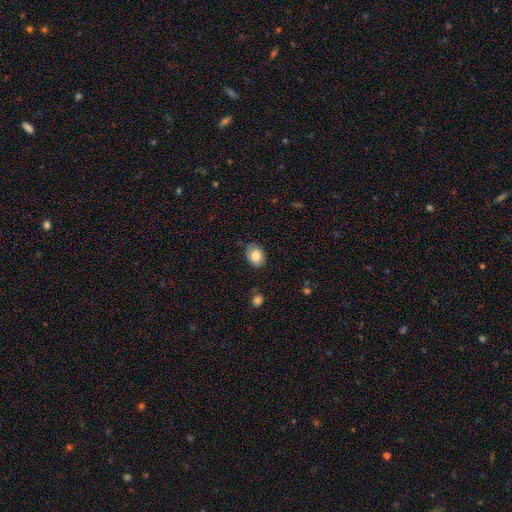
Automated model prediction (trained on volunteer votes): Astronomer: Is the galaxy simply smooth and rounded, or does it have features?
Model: smooth — 83%.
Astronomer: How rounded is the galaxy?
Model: in between — 70%.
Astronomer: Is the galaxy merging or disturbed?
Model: none — 78%.